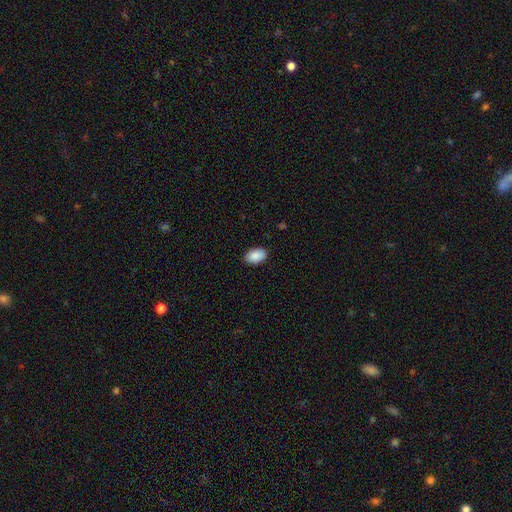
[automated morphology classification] A smooth galaxy with no disk features (89%) that is in between round and cigar-shaped (91%).

Vote fractions:
- Smooth or featured? smooth: 89% / star or artifact: 7% / featured or disk: 4%
- How rounded? in between: 91% / round: 8% / cigar-shaped: 1%
- Merging? none: 89% / minor disturbance: 8% / major disturbance: 2% / merger: 1%